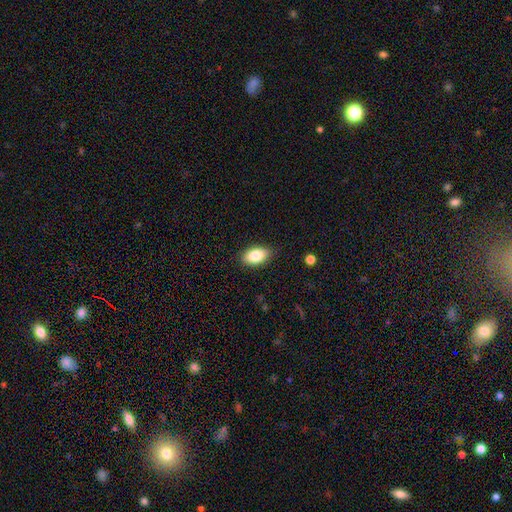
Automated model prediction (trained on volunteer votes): A smooth galaxy with no disk features (84%) that is in between round and cigar-shaped (92%).

Vote fractions:
- Smooth or featured? smooth: 84% / featured or disk: 8% / star or artifact: 7%
- How rounded? in between: 92% / round: 5% / cigar-shaped: 2%
- Merging? none: 85% / minor disturbance: 12% / major disturbance: 2% / merger: 1%